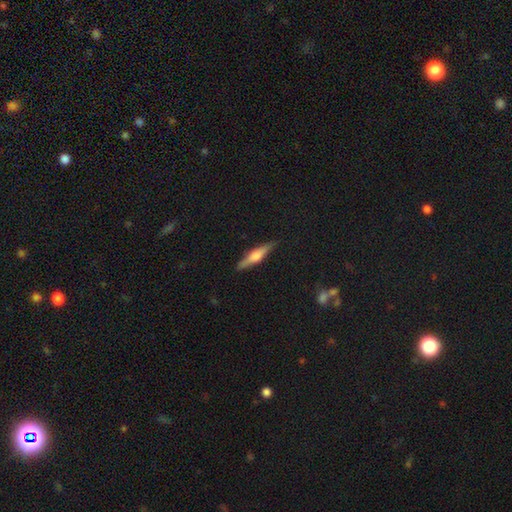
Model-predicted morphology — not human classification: A featured or disk galaxy (60%) viewed edge-on (97%) with a rounded central bulge (83%). Merging: none (89%).